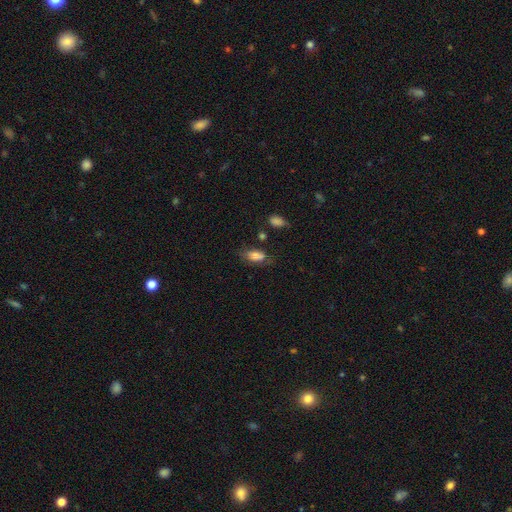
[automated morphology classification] This appears to be a smooth galaxy with no disk features (75%) that is in between round and cigar-shaped (89%). Merging: none (56%).